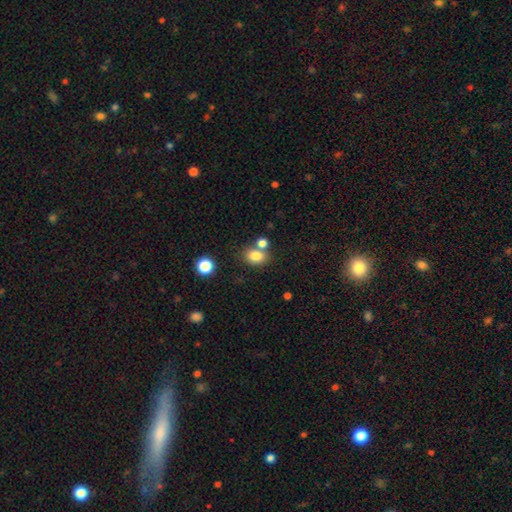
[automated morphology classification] Smooth or featured? Predicted: smooth (p=0.81). How rounded? Predicted: in between (p=0.58). Merging? Predicted: none (p=0.63).